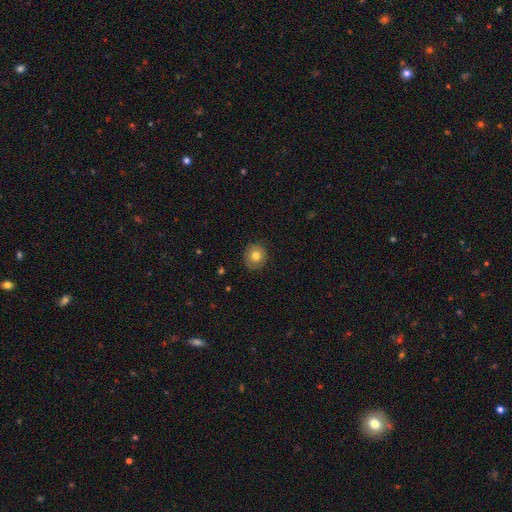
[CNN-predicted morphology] The model was most divided on "smooth or featured": smooth: 75%, featured or disk: 15%, star or artifact: 10%. More confident: merging — none (87%); how rounded — round (87%).